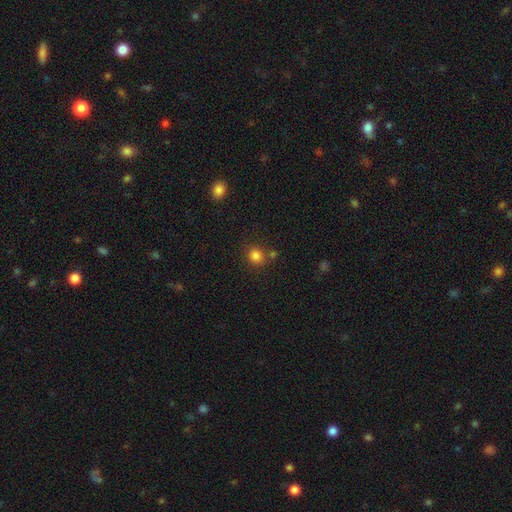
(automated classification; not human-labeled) Smooth or featured: smooth — 82% (star or artifact — 13%)
How rounded: round — 82% (in between — 17%)
Merging: none — 72% (merger — 13%)